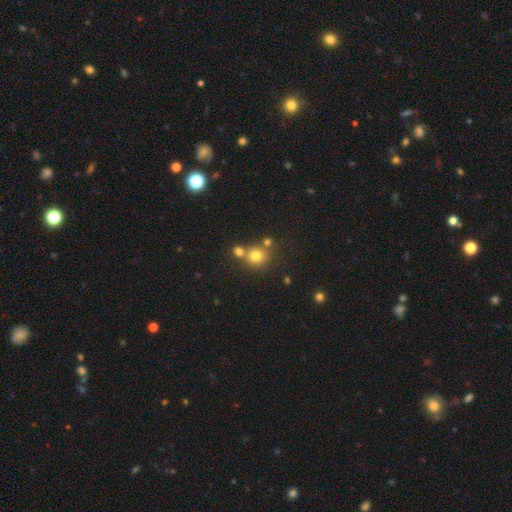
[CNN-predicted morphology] Smooth or featured? smooth (76%)
How rounded? round (87%)
Merging? none (58%)